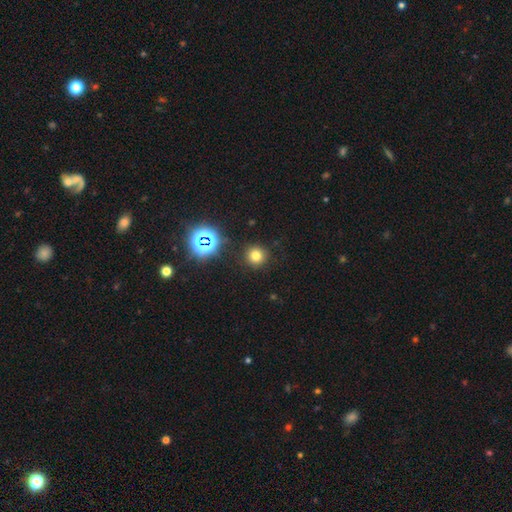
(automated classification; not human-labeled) Smooth or featured?
  - smooth: 72% *
  - star or artifact: 21%
  - featured or disk: 7%
How rounded?
  - round: 94% *
  - in between: 6%
  - cigar-shaped: 1%
Merging?
  - none: 89% *
  - minor disturbance: 7%
  - major disturbance: 3%
  - merger: 2%